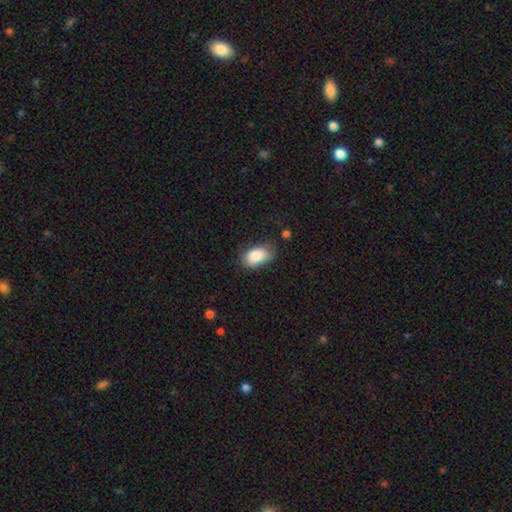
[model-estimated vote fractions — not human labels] This is clearly a smooth galaxy (86%). How rounded: clearly in between (91%). Merging: likely none (70%).